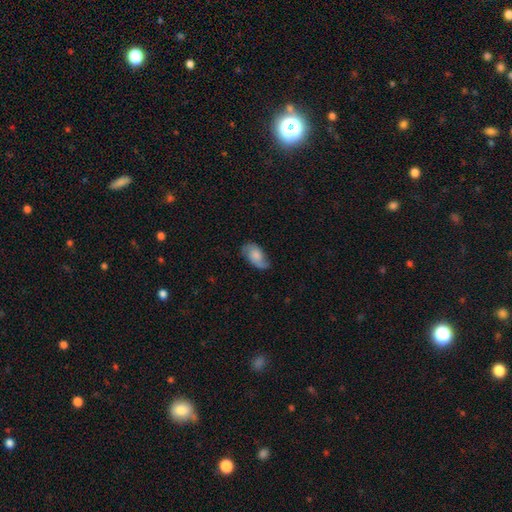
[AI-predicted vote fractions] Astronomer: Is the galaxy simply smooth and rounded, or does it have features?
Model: smooth — 57% (runner-up: featured or disk, 36%).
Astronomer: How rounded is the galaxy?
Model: in between — 93%.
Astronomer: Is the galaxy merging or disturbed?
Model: none — 62%.